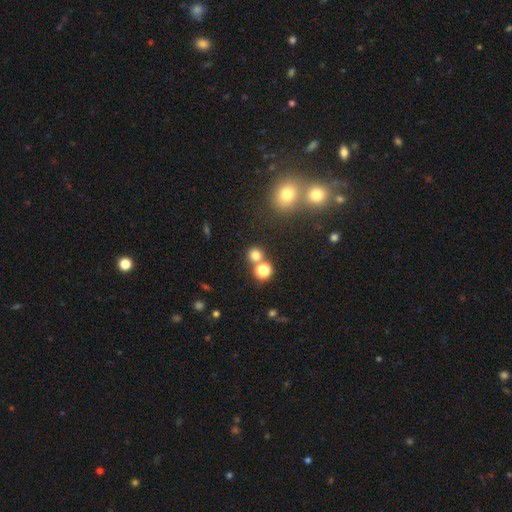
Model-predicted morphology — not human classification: Smooth or featured?
  - smooth: 74% *
  - star or artifact: 19%
  - featured or disk: 7%
How rounded?
  - round: 89% *
  - in between: 10%
  - cigar-shaped: 1%
Merging?
  - none: 66% *
  - merger: 24%
  - minor disturbance: 7%
  - major disturbance: 3%